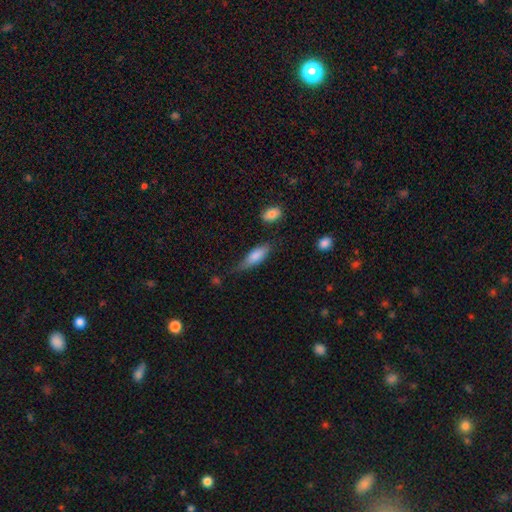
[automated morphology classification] Smooth or featured?
  - smooth: 79% *
  - featured or disk: 14%
  - star or artifact: 7%
How rounded?
  - in between: 62% *
  - cigar-shaped: 36%
  - round: 2%
Merging?
  - none: 51% *
  - minor disturbance: 33%
  - major disturbance: 11%
  - merger: 4%